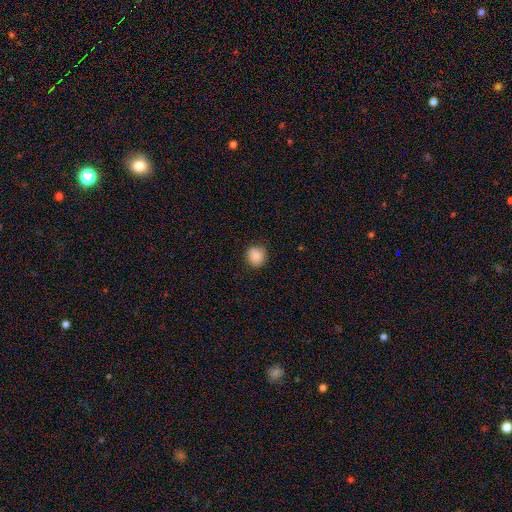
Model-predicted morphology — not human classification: Overall: smooth (87%). How rounded: round (86%). Merging: none (83%).